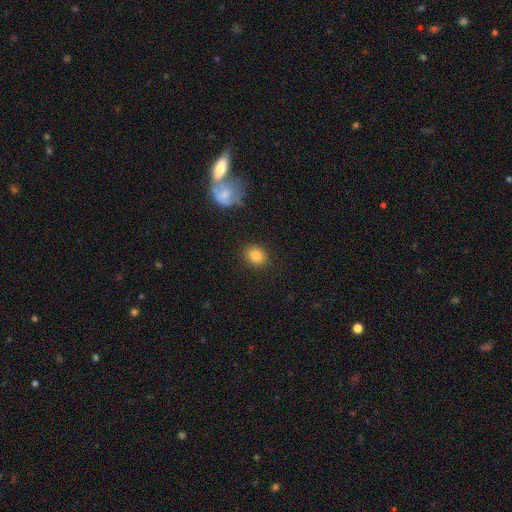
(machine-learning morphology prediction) A smooth galaxy with no disk features (84%) that is round (66%). Merging: none (87%).